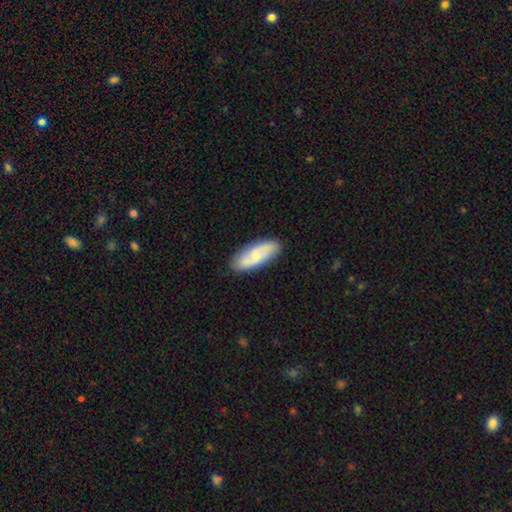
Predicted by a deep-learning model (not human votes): This is possibly a featured or disk galaxy (49%). Merging: clearly none (82%).